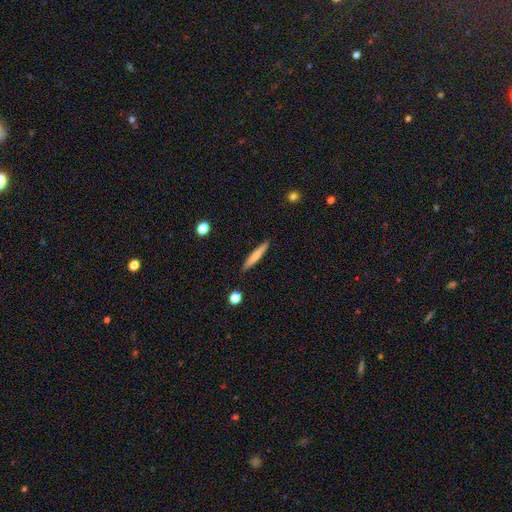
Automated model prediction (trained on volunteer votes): Q: Smooth or featured?
A: smooth (65%); runner-up: featured or disk (29%)
Q: How rounded?
A: cigar-shaped (93%); runner-up: in between (6%)
Q: Merging?
A: none (88%); runner-up: minor disturbance (8%)